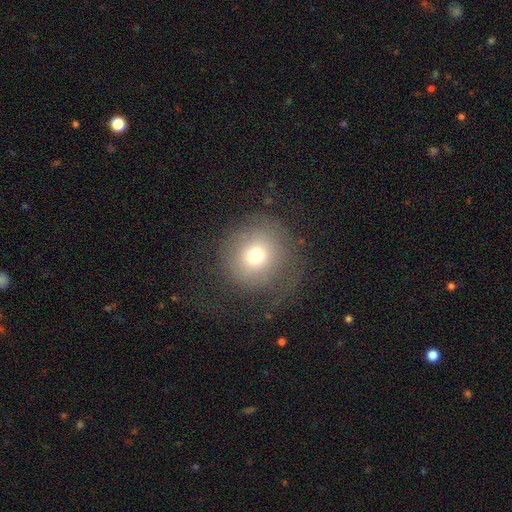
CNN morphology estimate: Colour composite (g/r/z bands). It shows a smooth galaxy with no disk features (68%) that is round (92%). Merging: none (59%).